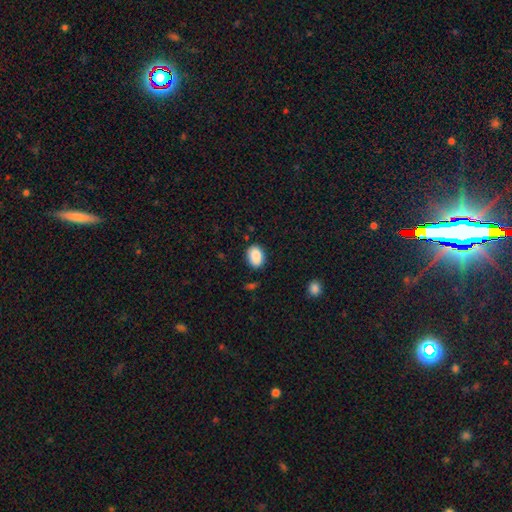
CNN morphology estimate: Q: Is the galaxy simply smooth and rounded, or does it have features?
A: smooth — 89%.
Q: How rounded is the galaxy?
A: in between — 77%.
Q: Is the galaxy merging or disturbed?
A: none — 81%.